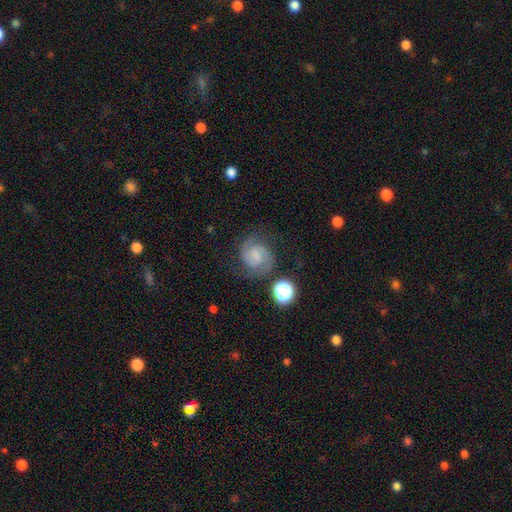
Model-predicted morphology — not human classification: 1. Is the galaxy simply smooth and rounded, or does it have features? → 75% featured or disk, 16% smooth, 9% star or artifact.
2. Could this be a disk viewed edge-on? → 98% no, 2% yes.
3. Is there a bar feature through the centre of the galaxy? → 53% weak, 35% no, 12% strong.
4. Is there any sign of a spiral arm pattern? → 96% yes, 4% no.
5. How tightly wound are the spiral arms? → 55% medium, 32% tight, 14% loose.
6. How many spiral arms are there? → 89% 2, 5% can't tell, 2% 3, 2% 1, 1% 4, 1% more than 4.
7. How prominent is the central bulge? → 49% small, 26% none, 21% moderate, 3% large, 1% dominant.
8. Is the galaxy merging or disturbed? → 74% none, 16% minor disturbance, 7% major disturbance, 3% merger.